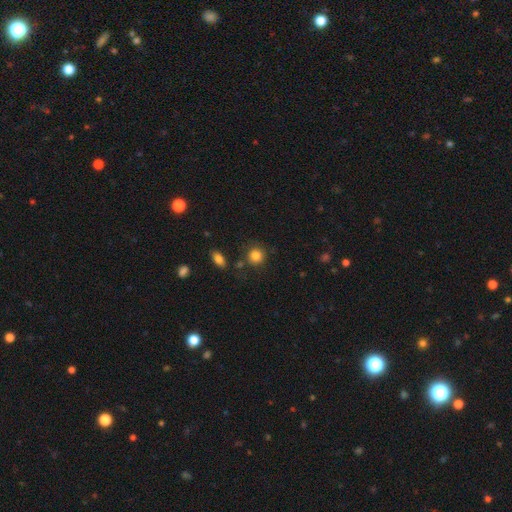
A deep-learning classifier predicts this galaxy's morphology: The model was most divided on "merging": none: 79%, minor disturbance: 12%, merger: 6%, major disturbance: 4%. More confident: how rounded — round (88%); smooth or featured — smooth (83%).